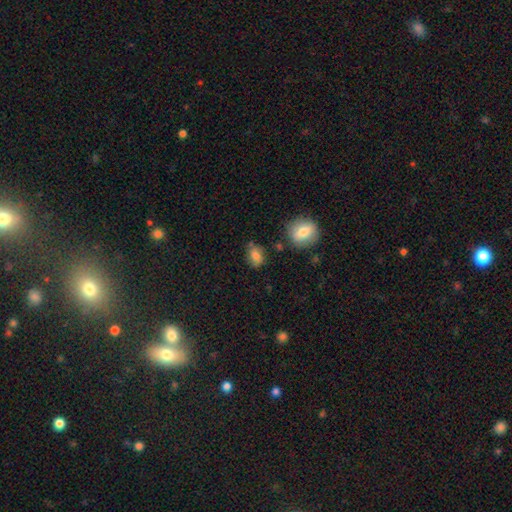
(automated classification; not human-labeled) A smooth galaxy with no disk features (79%) that is in between round and cigar-shaped (65%).

Vote fractions:
- Smooth or featured? smooth: 79% / featured or disk: 11% / star or artifact: 10%
- How rounded? in between: 65% / round: 33% / cigar-shaped: 2%
- Merging? none: 71% / minor disturbance: 18% / merger: 6% / major disturbance: 4%